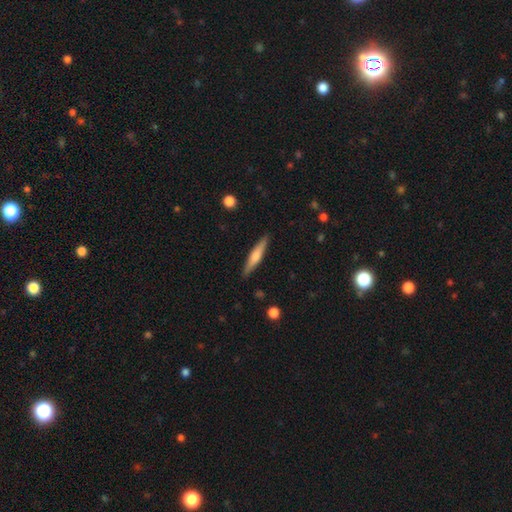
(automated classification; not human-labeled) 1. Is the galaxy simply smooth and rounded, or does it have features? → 54% smooth, 40% featured or disk, 6% star or artifact.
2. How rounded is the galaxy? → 89% cigar-shaped, 9% in between, 1% round.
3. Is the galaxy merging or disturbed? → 89% none, 8% minor disturbance, 2% major disturbance, 1% merger.